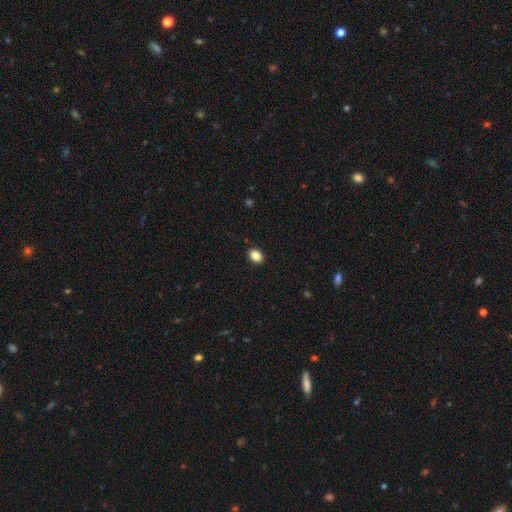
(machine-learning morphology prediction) Smooth or featured: smooth — 86% (star or artifact — 9%)
How rounded: in between — 67% (round — 32%)
Merging: none — 91% (minor disturbance — 7%)